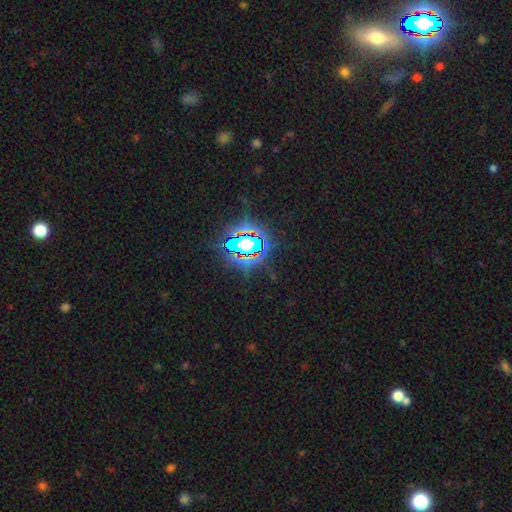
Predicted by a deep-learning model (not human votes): A star or artifact, not a galaxy (71%).